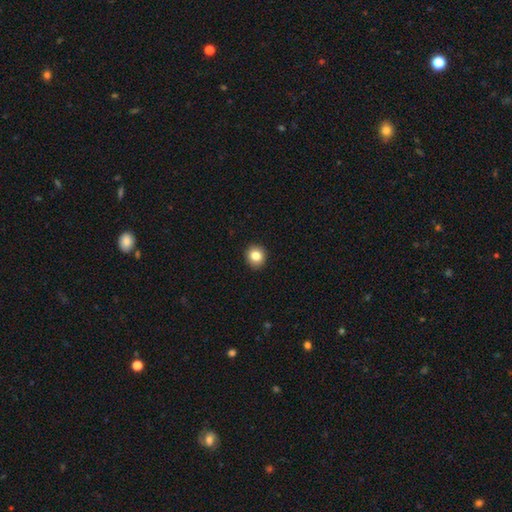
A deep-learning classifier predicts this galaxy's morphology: Smooth or featured?
  - smooth: 84% *
  - star or artifact: 10%
  - featured or disk: 7%
How rounded?
  - round: 84% *
  - in between: 15%
  - cigar-shaped: 1%
Merging?
  - none: 92% *
  - minor disturbance: 6%
  - major disturbance: 1%
  - merger: 1%